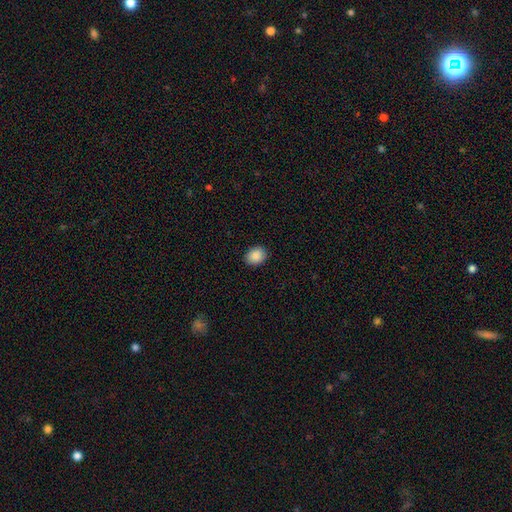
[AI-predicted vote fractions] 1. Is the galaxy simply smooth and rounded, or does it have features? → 89% smooth, 8% star or artifact, 3% featured or disk.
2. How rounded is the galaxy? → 53% in between, 47% round, 1% cigar-shaped.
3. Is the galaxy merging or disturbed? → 90% none, 7% minor disturbance, 2% major disturbance, 1% merger.